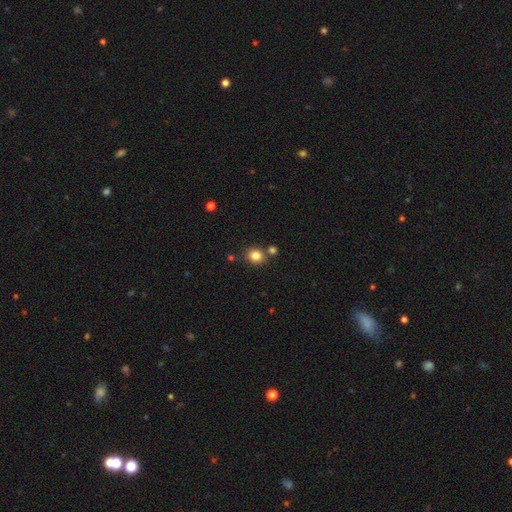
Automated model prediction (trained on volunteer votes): Q: Smooth or featured?
A: smooth (82%); runner-up: star or artifact (12%)
Q: How rounded?
A: round (78%); runner-up: in between (22%)
Q: Merging?
A: none (75%); runner-up: merger (13%)